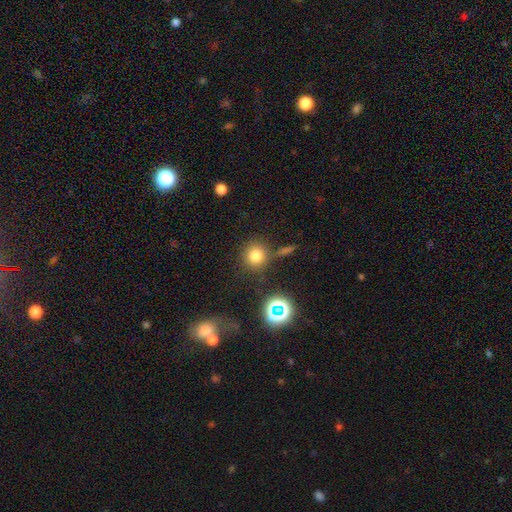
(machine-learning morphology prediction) The model was most divided on "smooth or featured": smooth: 74%, star or artifact: 18%, featured or disk: 8%. More confident: how rounded — round (91%); merging — none (77%).